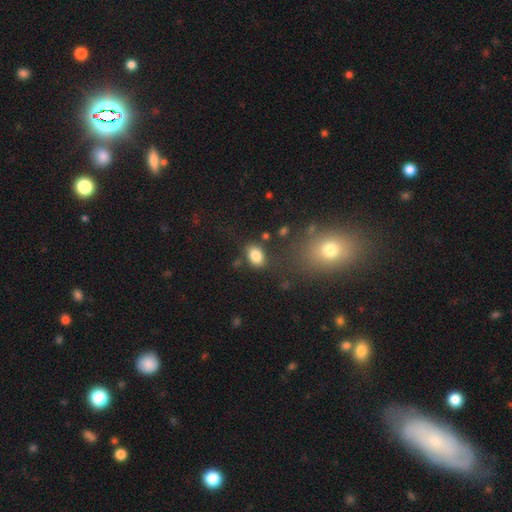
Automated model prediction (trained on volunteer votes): This appears to be a smooth galaxy with no disk features (83%) that is in between round and cigar-shaped (81%). Merging: none (77%).